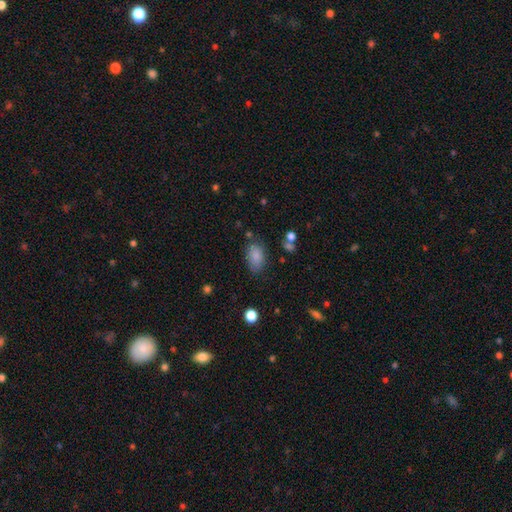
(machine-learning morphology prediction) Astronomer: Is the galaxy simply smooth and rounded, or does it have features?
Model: smooth — 85%.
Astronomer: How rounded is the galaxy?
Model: in between — 90%.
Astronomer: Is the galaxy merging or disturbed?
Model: none — 73%.